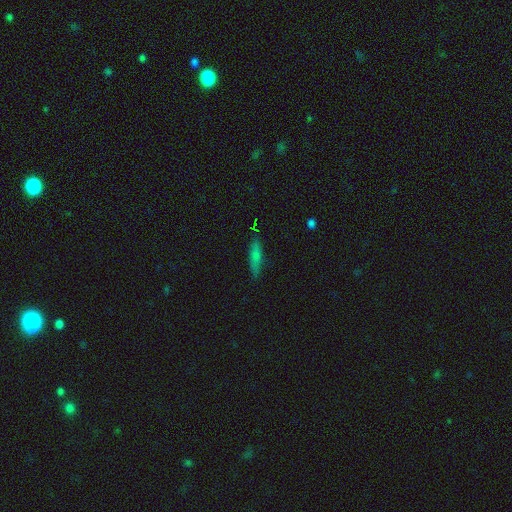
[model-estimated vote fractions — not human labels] Q: Smooth or featured?
A: smooth (69%); runner-up: featured or disk (22%)
Q: How rounded?
A: cigar-shaped (72%); runner-up: in between (26%)
Q: Merging?
A: none (83%); runner-up: minor disturbance (13%)